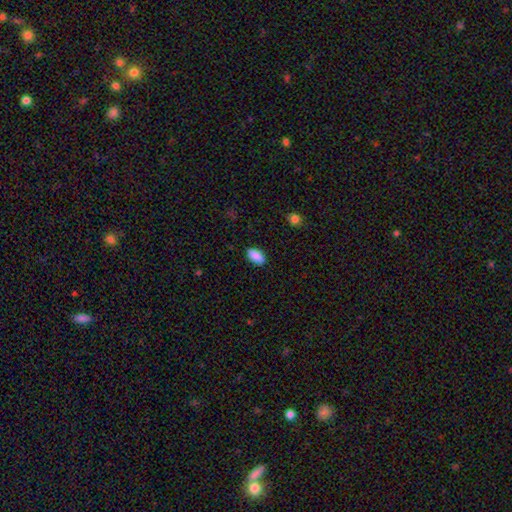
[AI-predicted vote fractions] A smooth galaxy with no disk features (88%) that is in between round and cigar-shaped (91%). Merging: none (86%).